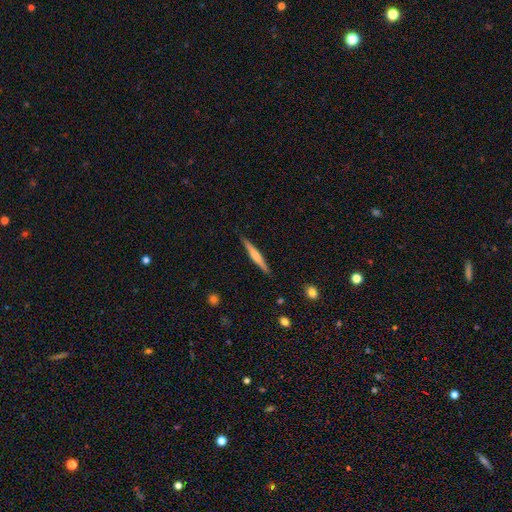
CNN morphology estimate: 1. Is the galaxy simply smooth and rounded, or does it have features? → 48% featured or disk, 47% smooth, 5% star or artifact.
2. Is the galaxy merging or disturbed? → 90% none, 8% minor disturbance, 1% major disturbance, 1% merger.